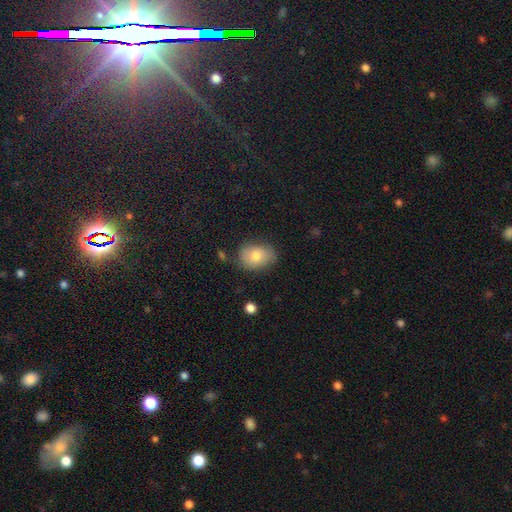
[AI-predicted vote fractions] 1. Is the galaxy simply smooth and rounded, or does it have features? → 73% smooth, 18% featured or disk, 9% star or artifact.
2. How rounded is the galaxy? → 75% in between, 24% round, 1% cigar-shaped.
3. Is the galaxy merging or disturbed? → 72% none, 22% minor disturbance, 4% major disturbance, 2% merger.